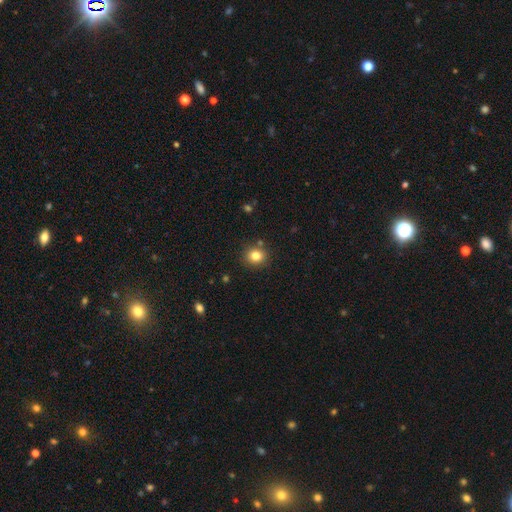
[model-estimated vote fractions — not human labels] Overall: smooth (82%). How rounded: round (82%). Merging: none (85%).